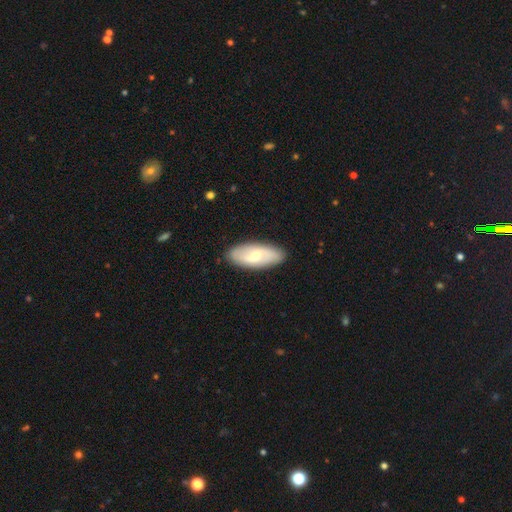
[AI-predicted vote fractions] Smooth or featured? featured or disk (58%)
Edge-on disk? no (89%)
Bar? weak (55%)
Spiral arms? yes (74%)
Bulge size? moderate (57%)
Merging? none (88%)